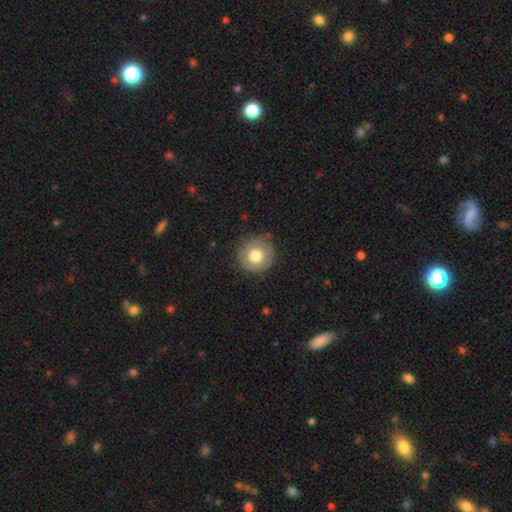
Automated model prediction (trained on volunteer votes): The model was most divided on "smooth or featured": smooth: 71%, featured or disk: 21%, star or artifact: 8%. More confident: how rounded — round (94%); merging — none (85%).